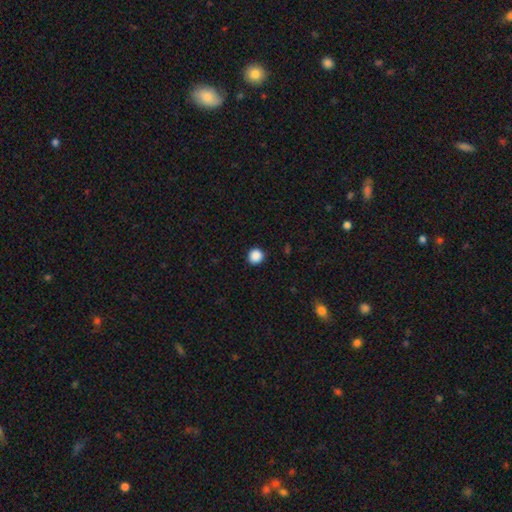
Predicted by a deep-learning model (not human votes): Q: Smooth or featured?
A: smooth (88%); runner-up: star or artifact (10%)
Q: How rounded?
A: round (93%); runner-up: in between (6%)
Q: Merging?
A: none (92%); runner-up: minor disturbance (5%)